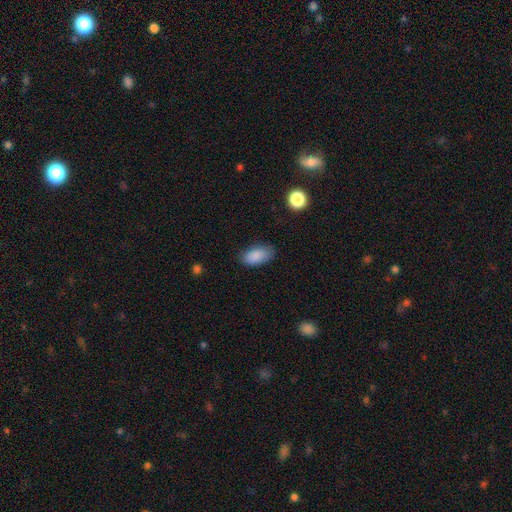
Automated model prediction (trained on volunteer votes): This is clearly a smooth galaxy (88%). How rounded: clearly in between (93%). Merging: likely none (76%).